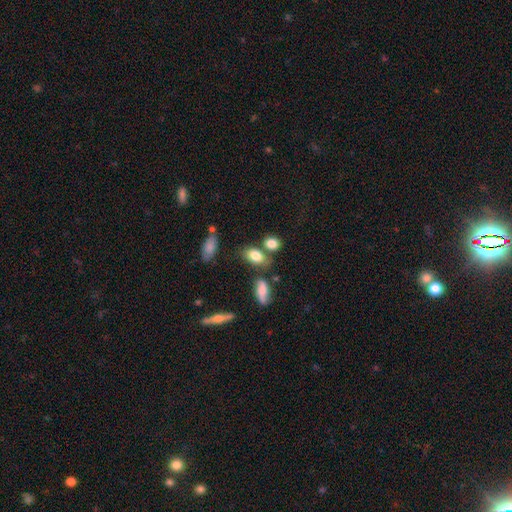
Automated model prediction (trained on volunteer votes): This appears to be a smooth galaxy with no disk features (80%) that is in between round and cigar-shaped (82%). Merging: none (60%).